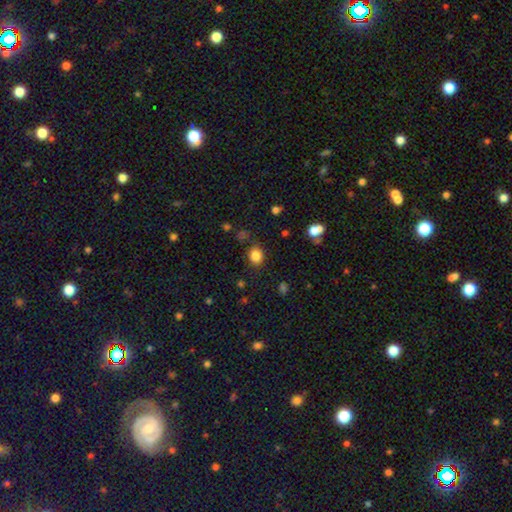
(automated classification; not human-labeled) The model was most divided on "how rounded": round: 65%, in between: 34%, cigar-shaped: 1%. More confident: smooth or featured — smooth (83%); merging — none (81%).